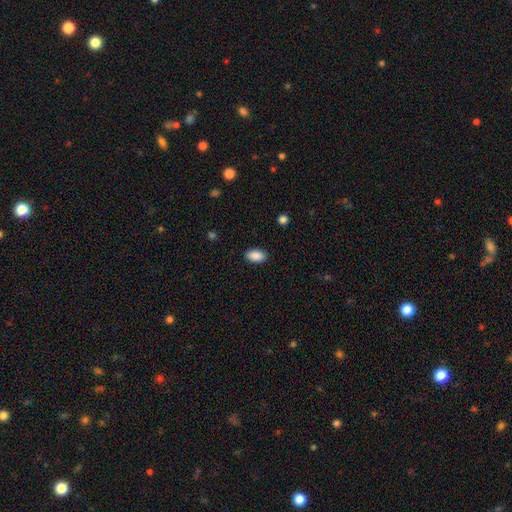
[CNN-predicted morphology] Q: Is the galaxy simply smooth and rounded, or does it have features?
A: smooth — 90%.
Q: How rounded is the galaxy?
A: in between — 94%.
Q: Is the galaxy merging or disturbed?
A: none — 89%.